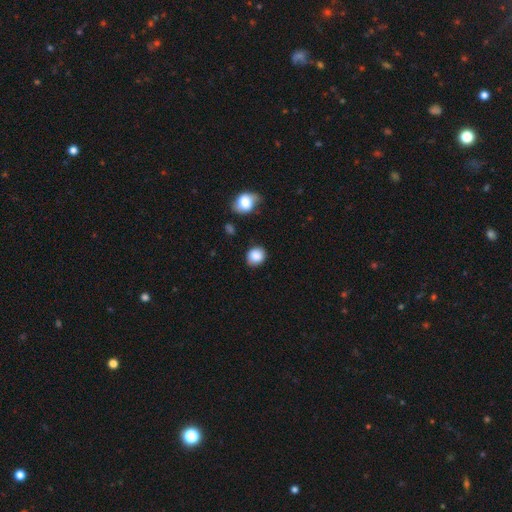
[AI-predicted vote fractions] Morphology: type=smooth (87%); roundness=round (77%); merging=none (81%).